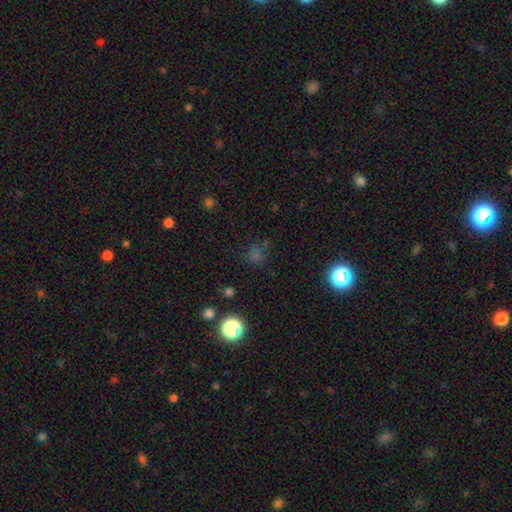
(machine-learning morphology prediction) smooth 53%, star or artifact 40%, featured or disk 7%. Down the decision tree: how rounded — round (86%); merging — none (77%).